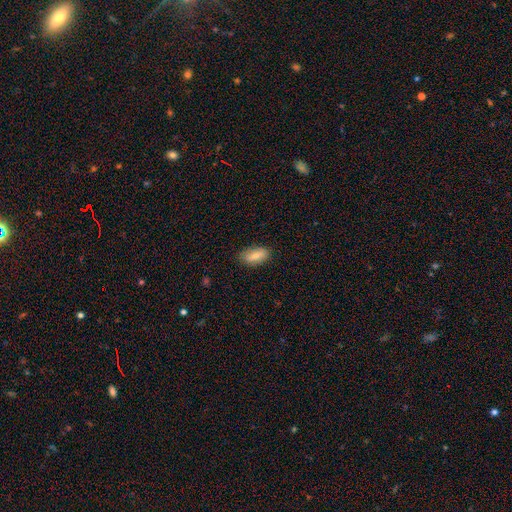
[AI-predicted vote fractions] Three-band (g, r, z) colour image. It shows a smooth galaxy with no disk features (77%) that is in between round and cigar-shaped (90%). Merging: none (83%).